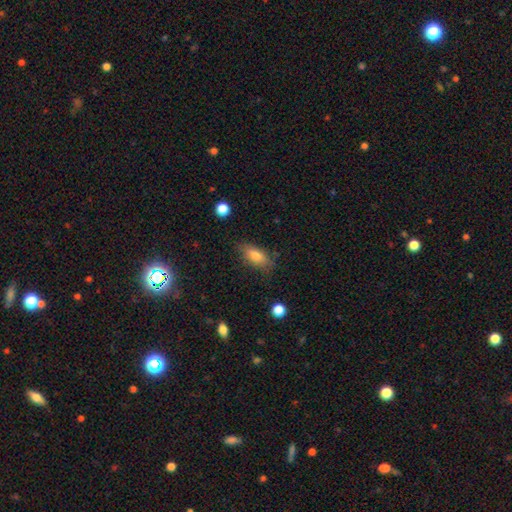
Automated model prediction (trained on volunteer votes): Q: Smooth or featured?
A: smooth (77%); runner-up: featured or disk (15%)
Q: How rounded?
A: in between (77%); runner-up: cigar-shaped (19%)
Q: Merging?
A: none (76%); runner-up: minor disturbance (17%)